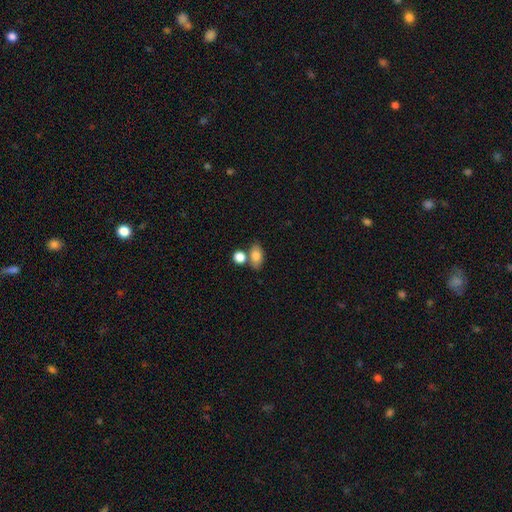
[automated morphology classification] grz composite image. It shows a smooth galaxy with no disk features (82%) that is in between round and cigar-shaped (84%). Merging: none (58%).